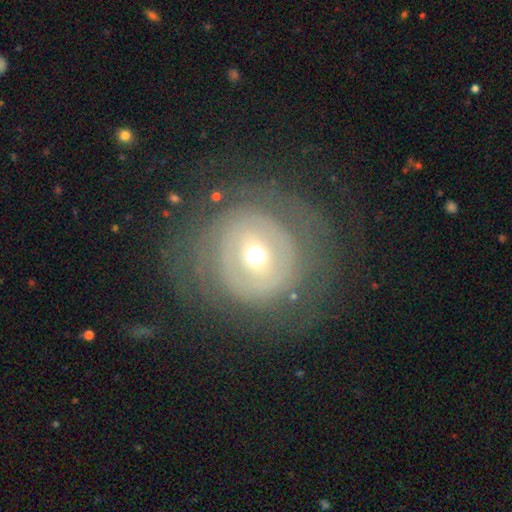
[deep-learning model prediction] smooth_or_featured: featured or disk (p=0.62) [alt: smooth p=0.30]
disk_edge_on: no (p=0.96) [alt: yes p=0.04]
bar: no (p=0.67) [alt: weak p=0.21]
has_spiral_arms: no (p=0.63) [alt: yes p=0.37]
bulge_size: moderate (p=0.48) [alt: small p=0.44]
merging: none (p=0.63) [alt: major disturbance p=0.19]